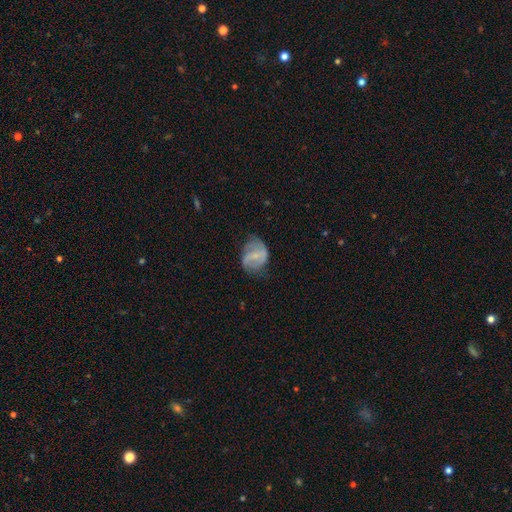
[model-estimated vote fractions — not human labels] Smooth or featured: featured or disk — 53% (smooth — 39%)
Edge-on disk: no — 97% (yes — 3%)
Bar: weak — 47% (no — 33%)
Spiral arms: yes — 71% (no — 29%)
Bulge size: small — 56% (none — 21%)
Merging: none — 47% (minor disturbance — 33%)